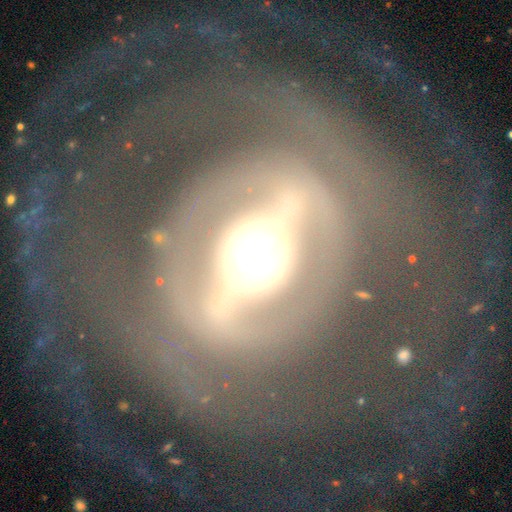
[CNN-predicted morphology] A featured or disk galaxy (77%) with a strong bar (52%), spiral arms (50%, tied with no) and a moderate central bulge (42%). Merging: none (75%).